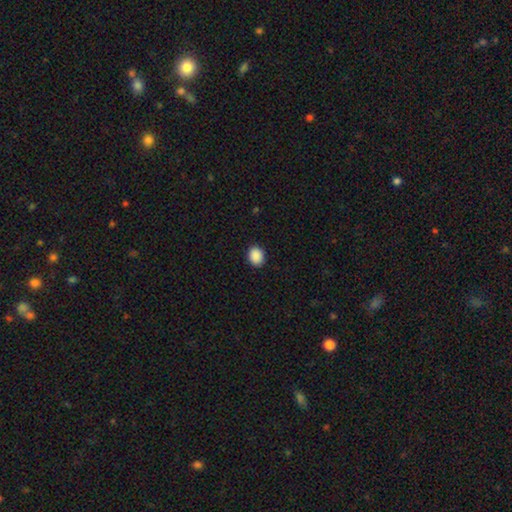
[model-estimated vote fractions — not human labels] smooth-or-featured: smooth: 90% | star or artifact: 8% | featured or disk: 2%
  how-rounded: round: 52% | in between: 47% | cigar-shaped: 1%
  merging: none: 90% | minor disturbance: 7% | major disturbance: 2% | merger: 1%